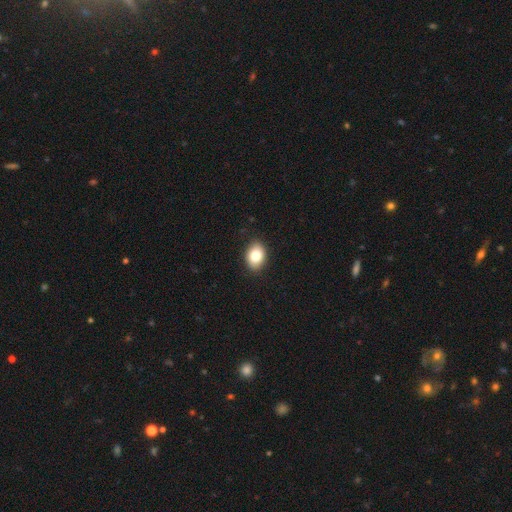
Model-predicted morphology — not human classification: This appears to be a smooth galaxy with no disk features (83%) that is in between round and cigar-shaped (75%). Merging: none (88%).